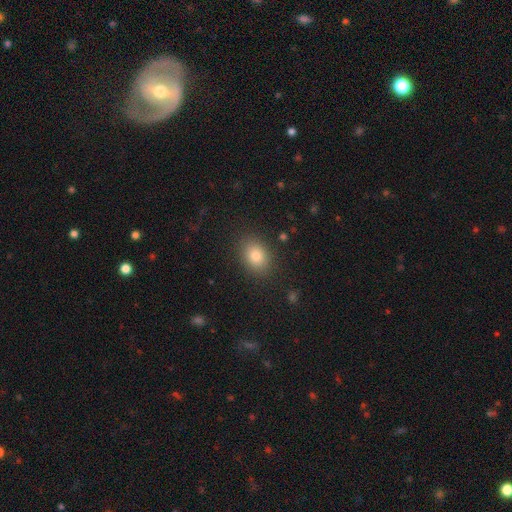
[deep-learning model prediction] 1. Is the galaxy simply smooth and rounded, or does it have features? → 82% smooth, 10% star or artifact, 8% featured or disk.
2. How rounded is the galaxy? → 69% in between, 30% round, 1% cigar-shaped.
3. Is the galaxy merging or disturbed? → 86% none, 9% minor disturbance, 3% major disturbance, 1% merger.